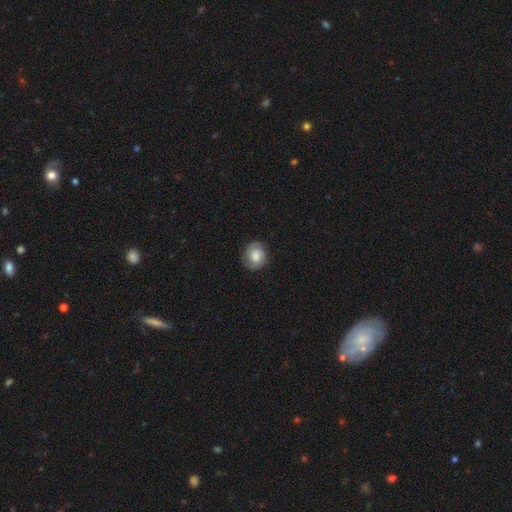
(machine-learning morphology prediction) smooth-or-featured: smooth: 64% | featured or disk: 28% | star or artifact: 8%
  how-rounded: round: 75% | in between: 24% | cigar-shaped: 1%
  merging: none: 79% | minor disturbance: 16% | major disturbance: 4% | merger: 1%